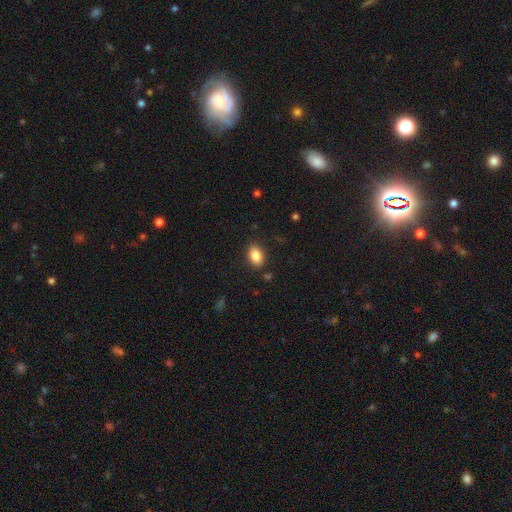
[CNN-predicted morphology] smooth 86%, star or artifact 8%, featured or disk 6%. Down the decision tree: how rounded — in between (87%); merging — none (86%).